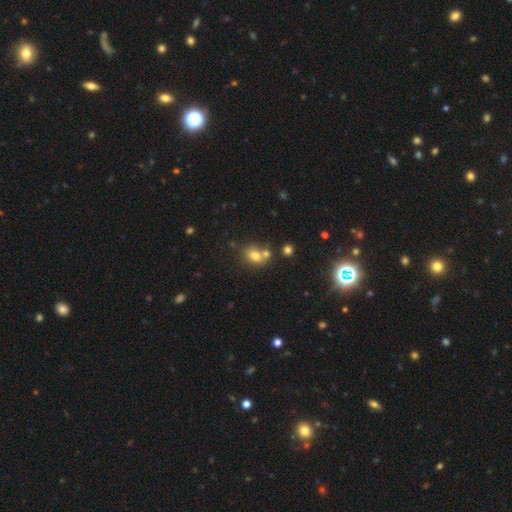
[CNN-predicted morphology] Q: Smooth or featured?
A: smooth (73%); runner-up: star or artifact (15%)
Q: How rounded?
A: in between (56%); runner-up: round (42%)
Q: Merging?
A: none (48%); runner-up: merger (36%)